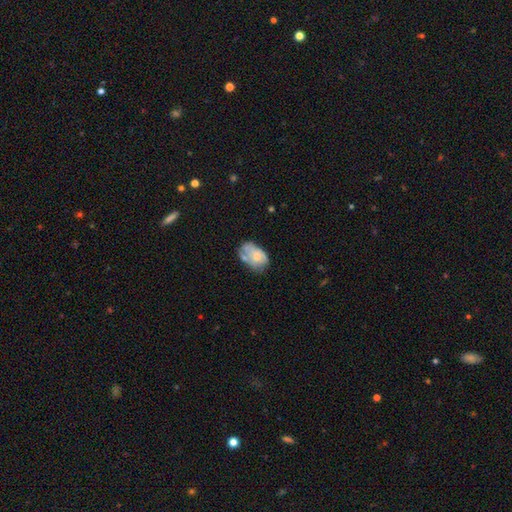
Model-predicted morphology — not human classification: Q: Smooth or featured?
A: smooth (57%); runner-up: featured or disk (35%)
Q: How rounded?
A: in between (83%); runner-up: round (15%)
Q: Merging?
A: none (33%); runner-up: minor disturbance (31%)